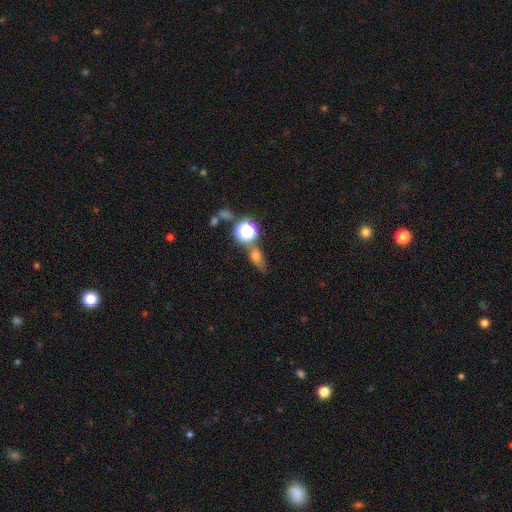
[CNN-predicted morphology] Smooth or featured? smooth (59%)
How rounded? in between (50%)
Merging? none (56%)